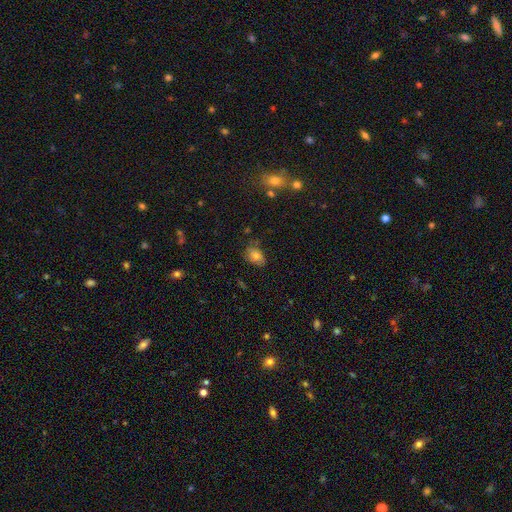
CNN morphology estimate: The model was most divided on "merging": none: 63%, minor disturbance: 27%, major disturbance: 7%, merger: 3%. More confident: how rounded — in between (79%); smooth or featured — smooth (73%).